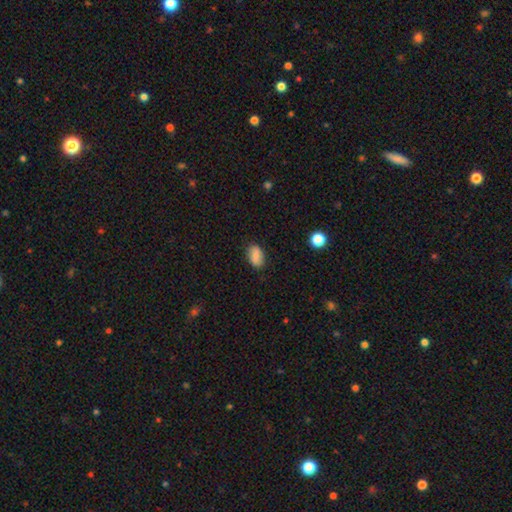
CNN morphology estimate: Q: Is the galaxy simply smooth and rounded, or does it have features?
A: smooth — 83%.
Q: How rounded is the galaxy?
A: in between — 88%.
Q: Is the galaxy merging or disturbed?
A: none — 82%.